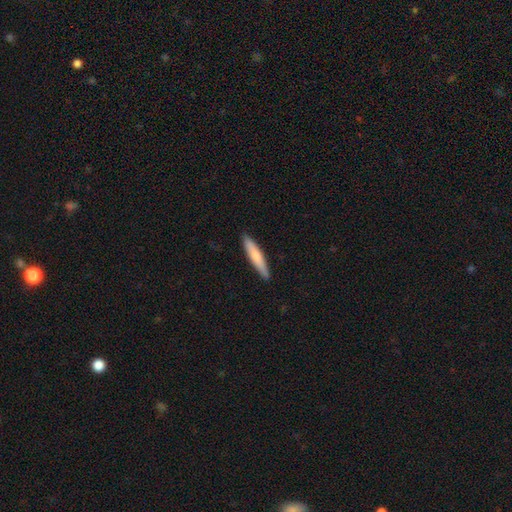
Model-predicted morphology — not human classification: type=smooth (72%); roundness=cigar-shaped (91%); merging=none (90%).